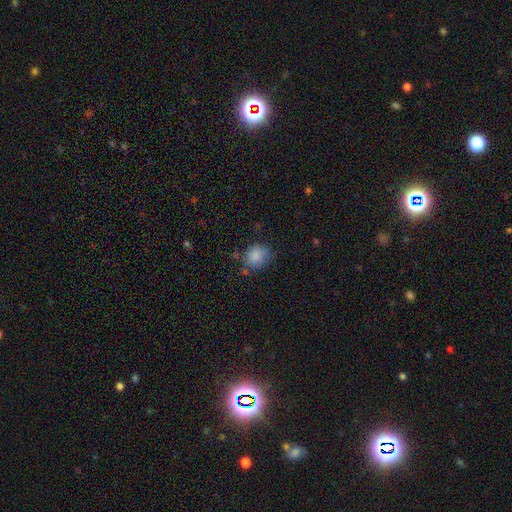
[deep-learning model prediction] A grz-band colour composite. It shows a smooth galaxy with no disk features (85%) that is round (53%). Merging: none (71%).